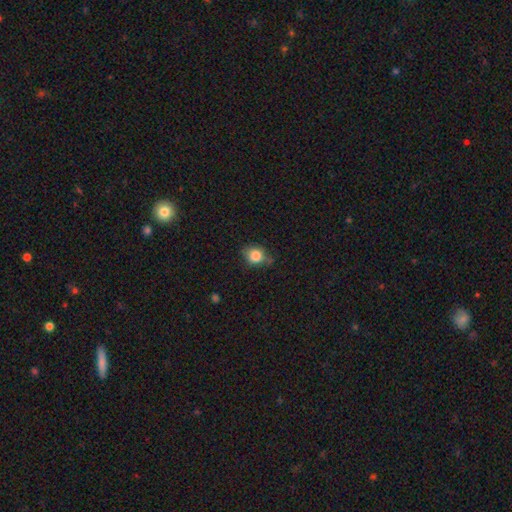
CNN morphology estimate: smooth-or-featured: smooth: 83% | star or artifact: 10% | featured or disk: 7%
  how-rounded: round: 72% | in between: 27% | cigar-shaped: 1%
  merging: none: 64% | minor disturbance: 27% | major disturbance: 6% | merger: 3%